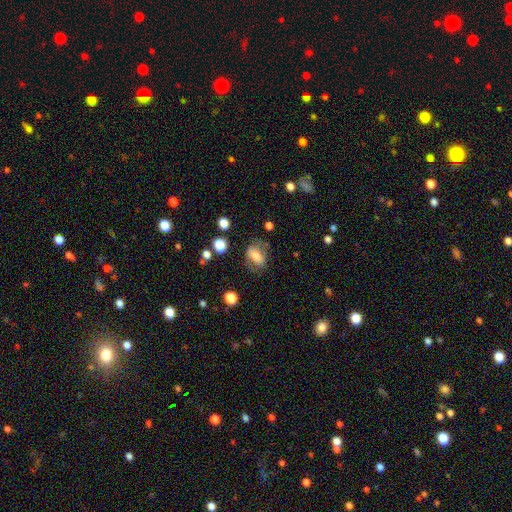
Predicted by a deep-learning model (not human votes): smooth 64%, featured or disk 27%, star or artifact 9%. Down the decision tree: how rounded — in between (76%); merging — none (68%).